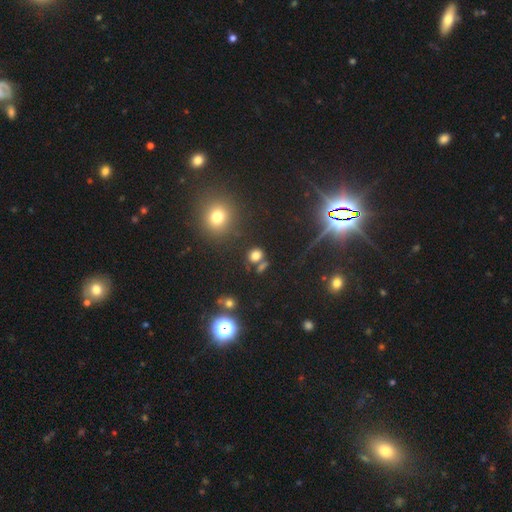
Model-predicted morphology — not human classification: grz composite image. It shows a smooth galaxy with no disk features (71%) that is round (61%). Merging: none (66%).